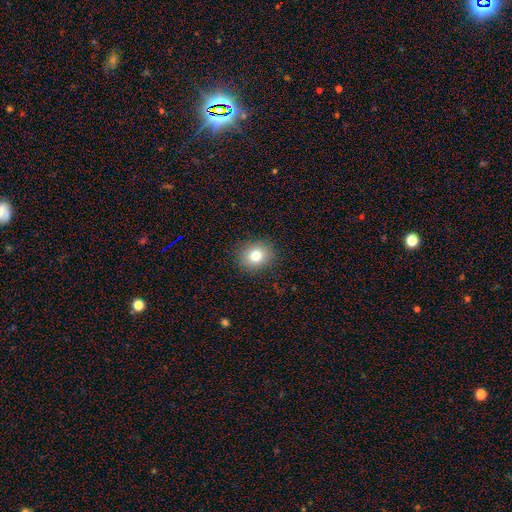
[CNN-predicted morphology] This is likely a smooth galaxy (78%). How rounded: likely round (70%). Merging: clearly none (89%).